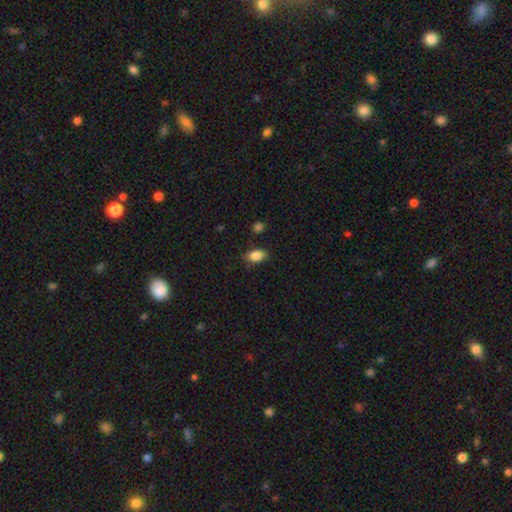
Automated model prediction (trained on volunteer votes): The model was most divided on "merging": none: 82%, minor disturbance: 13%, major disturbance: 3%, merger: 2%. More confident: how rounded — in between (88%); smooth or featured — smooth (86%).